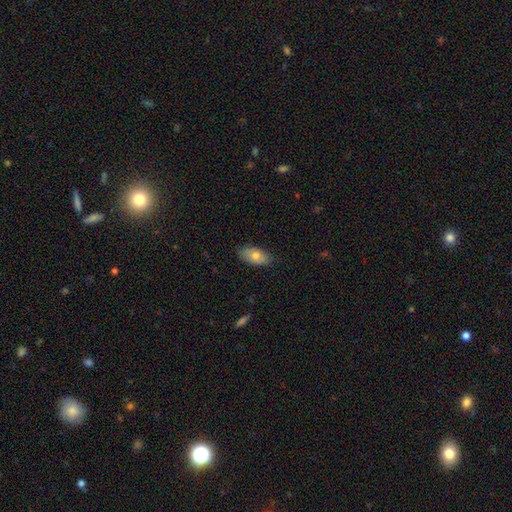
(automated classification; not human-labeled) smooth 71%, featured or disk 22%, star or artifact 7%. Down the decision tree: how rounded — in between (91%); merging — none (81%).